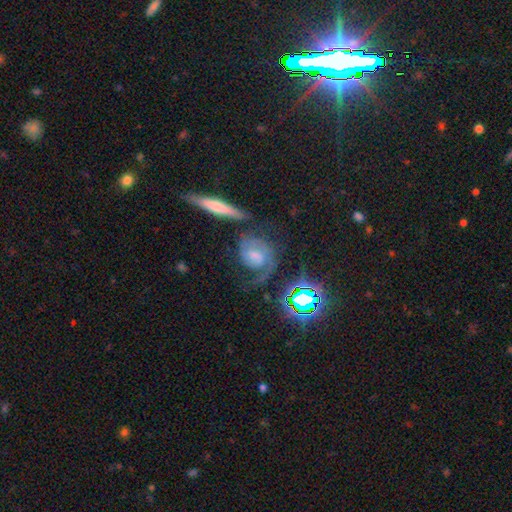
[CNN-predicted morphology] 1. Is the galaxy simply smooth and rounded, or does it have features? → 70% featured or disk, 19% smooth, 11% star or artifact.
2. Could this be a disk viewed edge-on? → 95% no, 5% yes.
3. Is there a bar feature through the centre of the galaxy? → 43% weak, 42% no, 14% strong.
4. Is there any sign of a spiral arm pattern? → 93% yes, 7% no.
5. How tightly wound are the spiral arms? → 44% medium, 33% tight, 23% loose.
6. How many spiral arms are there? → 54% 2, 29% 1, 10% can't tell, 3% 3, 2% 4, 2% more than 4.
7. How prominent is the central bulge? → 39% moderate, 30% small, 16% none, 12% large, 3% dominant.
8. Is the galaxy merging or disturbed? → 48% none, 23% major disturbance, 20% minor disturbance, 9% merger.